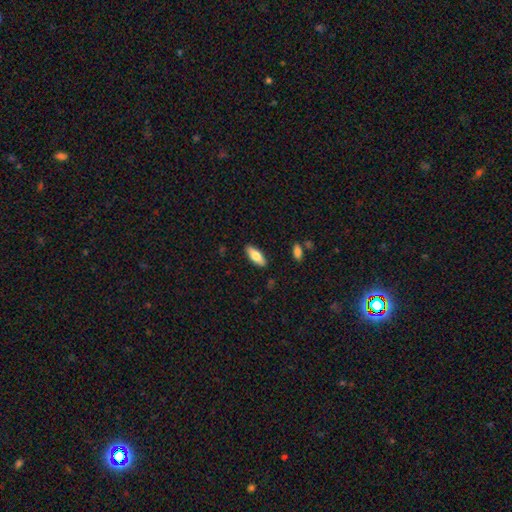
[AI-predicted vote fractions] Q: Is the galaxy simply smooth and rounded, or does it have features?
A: smooth — 70%.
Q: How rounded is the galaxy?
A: in between — 72%.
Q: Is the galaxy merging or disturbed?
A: none — 88%.